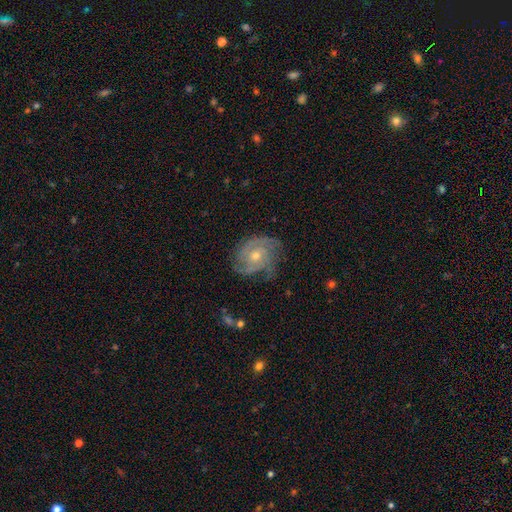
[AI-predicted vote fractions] smooth-or-featured: featured or disk: 86% | smooth: 7% | star or artifact: 6%
  disk-edge-on: no: 98% | yes: 2%
    bar: no: 75% | weak: 21% | strong: 4%
    has-spiral-arms: yes: 97% | no: 3%
      spiral-winding: tight: 60% | medium: 33% | loose: 7%
      spiral-arm-count: 3: 44% | 2: 18% | can't tell: 16% | 4: 12% | 1: 5% | more than 4: 5%
    bulge-size: moderate: 55% | small: 42% | large: 1% | none: 1% | dominant: 1%
  merging: none: 73% | minor disturbance: 19% | major disturbance: 7% | merger: 1%